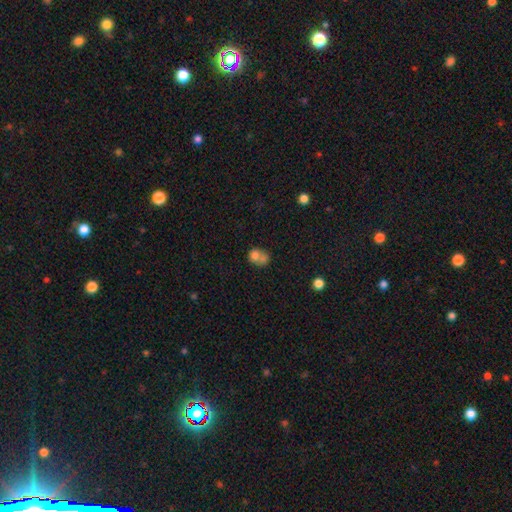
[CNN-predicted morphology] This is likely a smooth galaxy (71%). How rounded: possibly round (60%). Merging: possibly merger (56%).